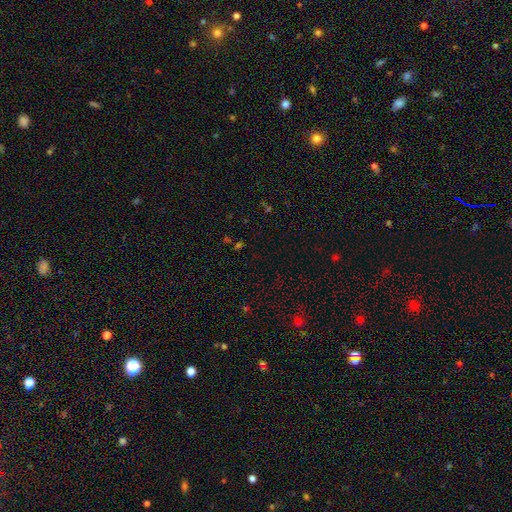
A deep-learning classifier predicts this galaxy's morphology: Q: Smooth or featured?
A: star or artifact (57%); runner-up: smooth (35%)